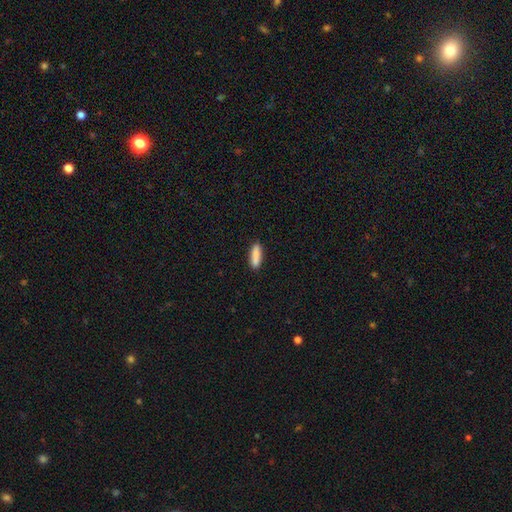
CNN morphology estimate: This is clearly a smooth galaxy (88%). How rounded: possibly cigar-shaped (59%). Merging: clearly none (88%).